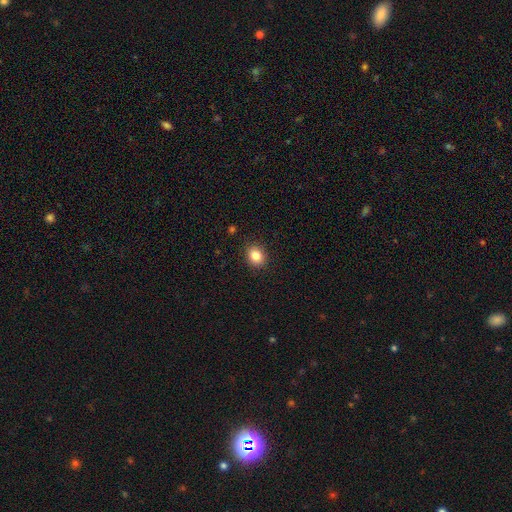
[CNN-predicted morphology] type=smooth (84%); roundness=round (62%); merging=none (89%).